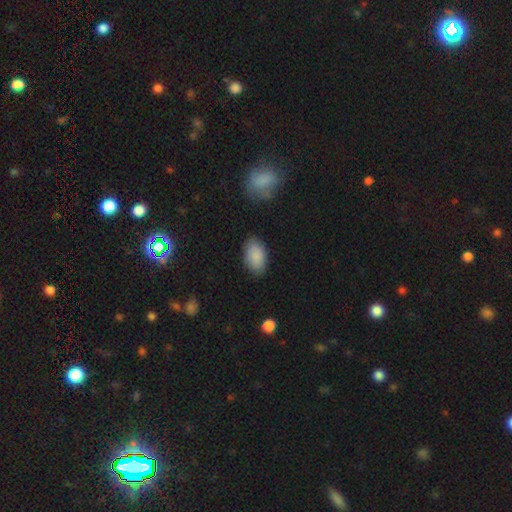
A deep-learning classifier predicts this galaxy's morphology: The model was most divided on "merging": none: 83%, minor disturbance: 13%, major disturbance: 3%, merger: 2%. More confident: how rounded — in between (93%); smooth or featured — smooth (88%).